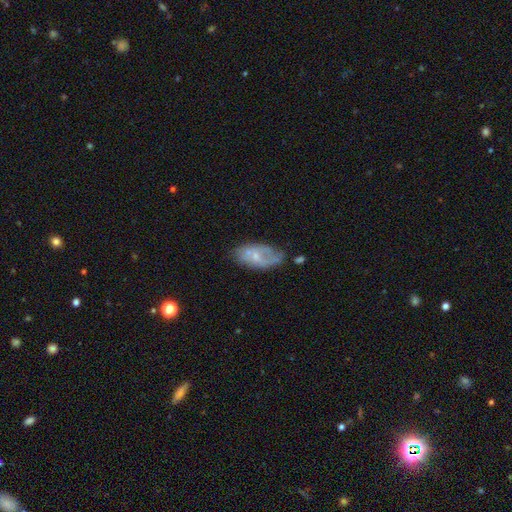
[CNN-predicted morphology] Smooth or featured? featured or disk (55%)
Edge-on disk? no (92%)
Bar? no (61%)
Spiral arms? yes (59%)
Bulge size? small (62%)
Merging? none (51%)